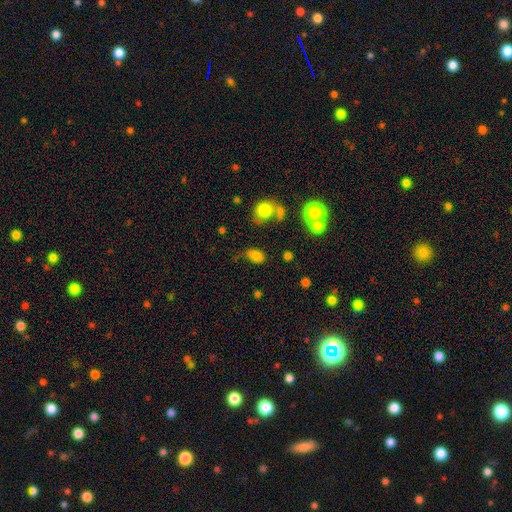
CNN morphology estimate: This appears to be a smooth galaxy with no disk features (78%) that is in between round and cigar-shaped (83%). Merging: none (53%).